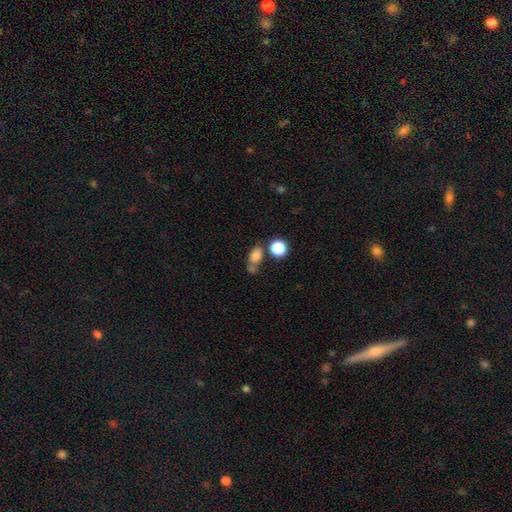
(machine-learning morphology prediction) smooth 79%, star or artifact 12%, featured or disk 9%. Down the decision tree: how rounded — in between (65%); merging — none (51%).